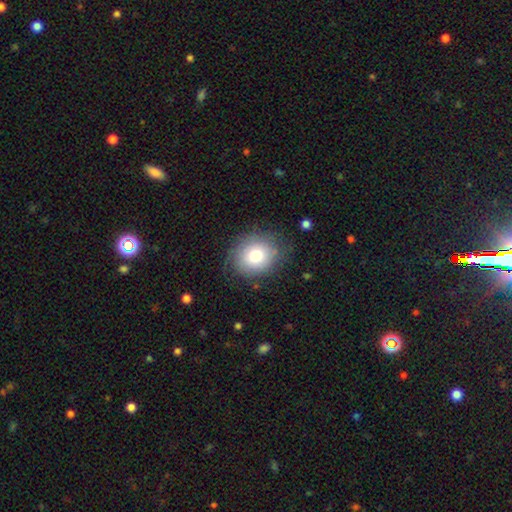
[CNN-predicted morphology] Smooth or featured: smooth — 77% (featured or disk — 15%)
How rounded: round — 65% (in between — 34%)
Merging: none — 75% (minor disturbance — 17%)